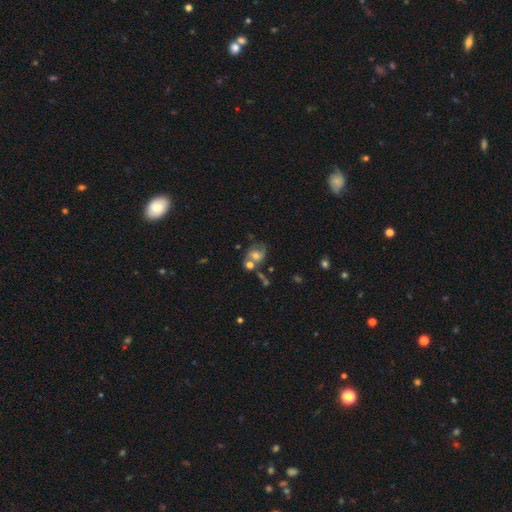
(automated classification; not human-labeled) featured or disk 46%, smooth 41%, star or artifact 13%. Down the decision tree: merging — none (41%).